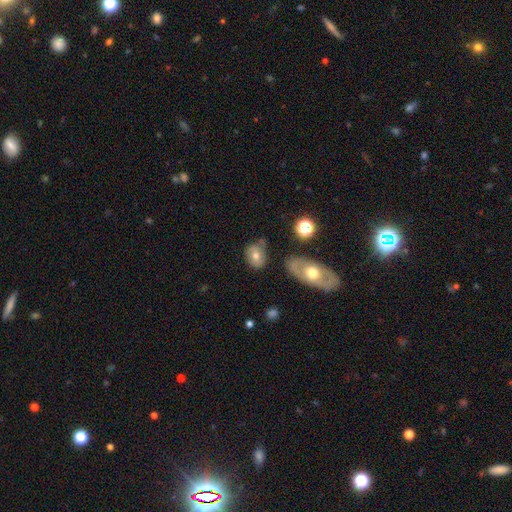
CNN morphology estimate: smooth-or-featured: smooth: 63% | featured or disk: 27% | star or artifact: 10%
  how-rounded: in between: 58% | round: 41% | cigar-shaped: 2%
  merging: none: 61% | minor disturbance: 23% | major disturbance: 9% | merger: 7%